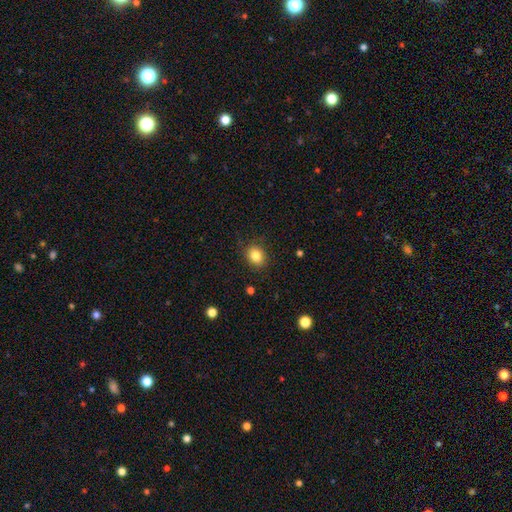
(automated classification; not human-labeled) The model was most divided on "how rounded": round: 51%, in between: 48%, cigar-shaped: 1%. More confident: merging — none (85%); smooth or featured — smooth (84%).